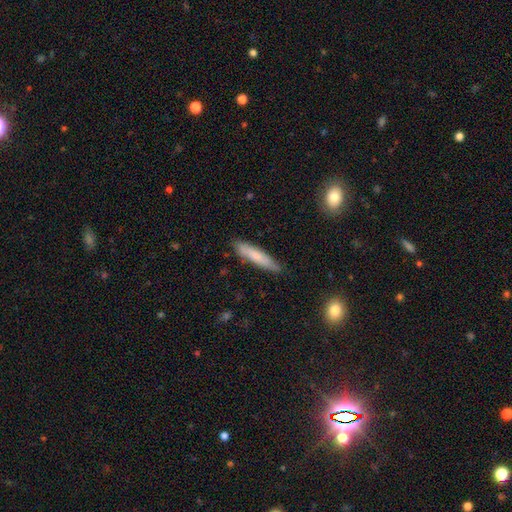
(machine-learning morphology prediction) Smooth or featured: smooth — 73% (featured or disk — 21%)
How rounded: cigar-shaped — 87% (in between — 12%)
Merging: none — 82% (minor disturbance — 14%)